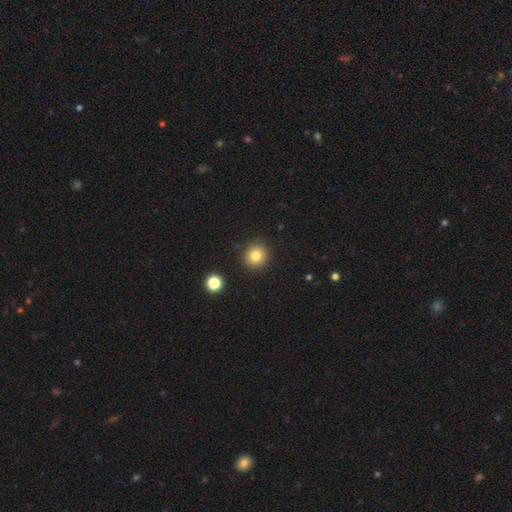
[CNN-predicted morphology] Q: Smooth or featured?
A: smooth (80%); runner-up: star or artifact (12%)
Q: How rounded?
A: round (93%); runner-up: in between (6%)
Q: Merging?
A: none (91%); runner-up: minor disturbance (5%)